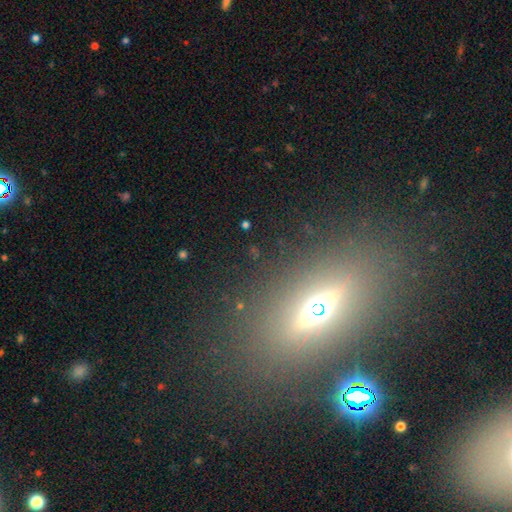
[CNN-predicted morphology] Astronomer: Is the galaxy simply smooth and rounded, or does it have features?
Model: featured or disk — 41% (runner-up: star or artifact, 30%).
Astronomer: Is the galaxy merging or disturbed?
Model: none — 81%.